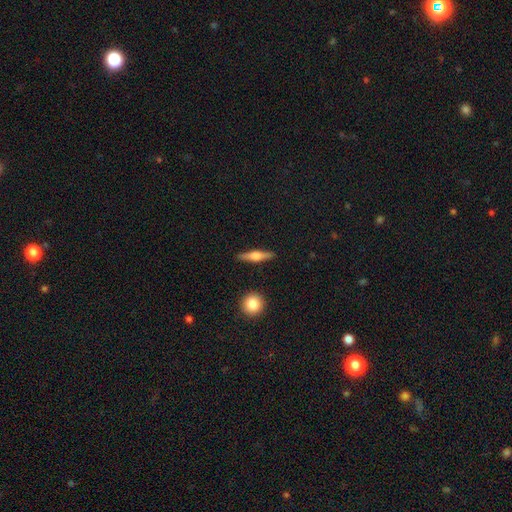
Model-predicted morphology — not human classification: type=featured or disk (56%); edge-on=yes (96%); edge-on bulge=rounded (85%); merging=none (89%).